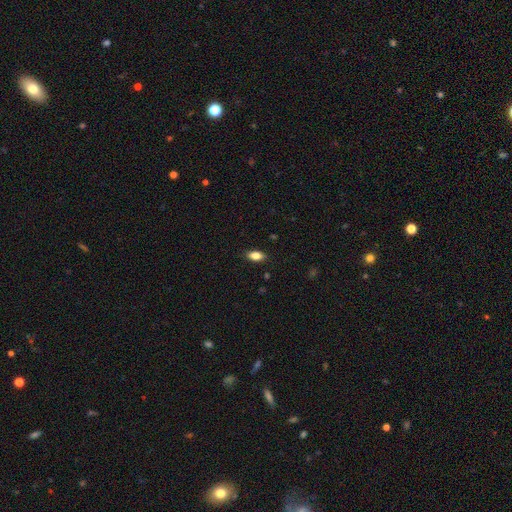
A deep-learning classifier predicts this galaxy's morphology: A smooth galaxy with no disk features (84%) that is in between round and cigar-shaped (88%).

Vote fractions:
- Smooth or featured? smooth: 84% / star or artifact: 8% / featured or disk: 8%
- How rounded? in between: 88% / cigar-shaped: 7% / round: 5%
- Merging? none: 87% / minor disturbance: 10% / major disturbance: 2% / merger: 1%